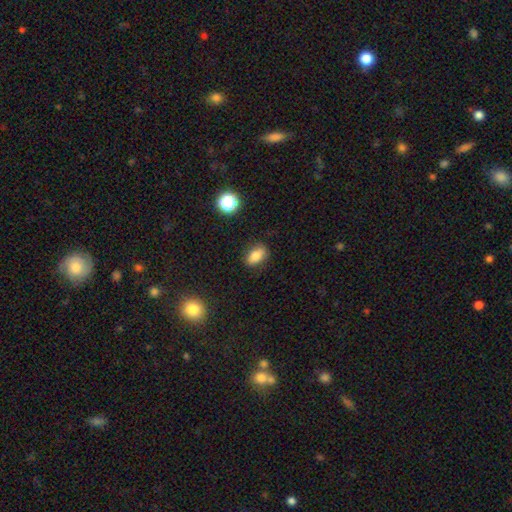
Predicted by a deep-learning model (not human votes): Smooth or featured?
  - smooth: 80% *
  - star or artifact: 10%
  - featured or disk: 9%
How rounded?
  - in between: 85% *
  - round: 11%
  - cigar-shaped: 4%
Merging?
  - none: 83% *
  - minor disturbance: 12%
  - major disturbance: 3%
  - merger: 1%